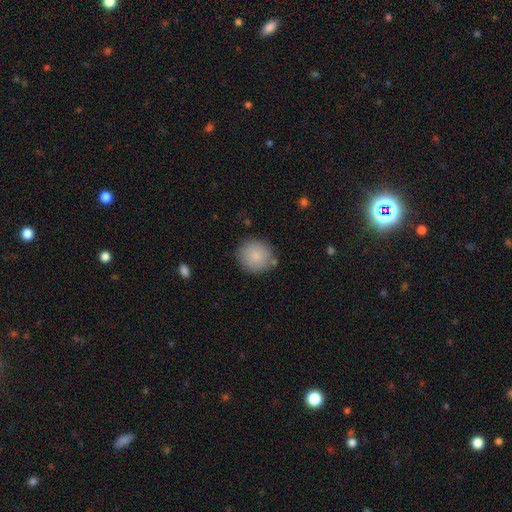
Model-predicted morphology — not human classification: Overall: smooth (84%). How rounded: round (83%). Merging: none (81%).